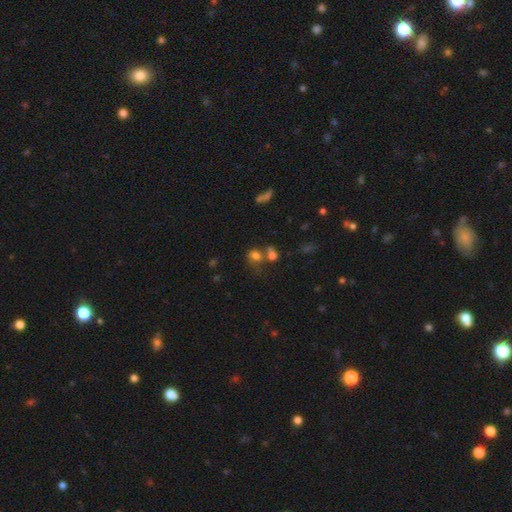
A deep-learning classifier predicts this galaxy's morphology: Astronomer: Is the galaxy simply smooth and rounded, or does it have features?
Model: smooth — 72%.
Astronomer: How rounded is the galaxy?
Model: round — 55% (runner-up: in between, 44%).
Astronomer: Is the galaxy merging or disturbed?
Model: merger — 40%, tied with none at 40%.